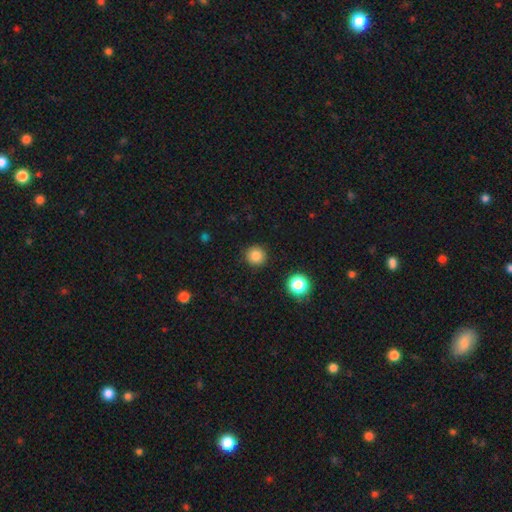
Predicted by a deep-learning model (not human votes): A smooth galaxy with no disk features (84%) that is round (95%). Merging: none (91%).